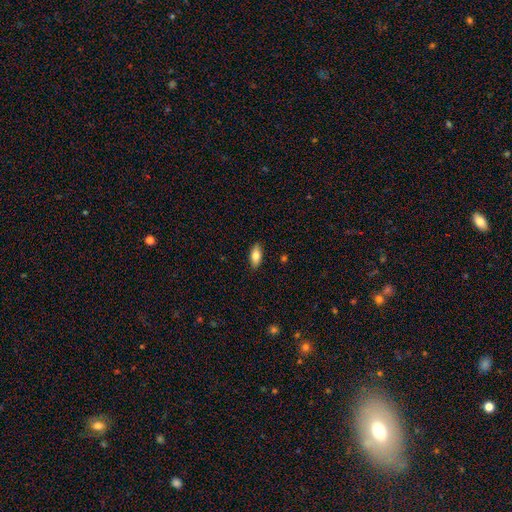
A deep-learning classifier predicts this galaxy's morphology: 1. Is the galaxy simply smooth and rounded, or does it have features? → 78% smooth, 15% featured or disk, 7% star or artifact.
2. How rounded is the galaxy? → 86% in between, 11% cigar-shaped, 3% round.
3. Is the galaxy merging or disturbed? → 88% none, 9% minor disturbance, 2% major disturbance, 1% merger.